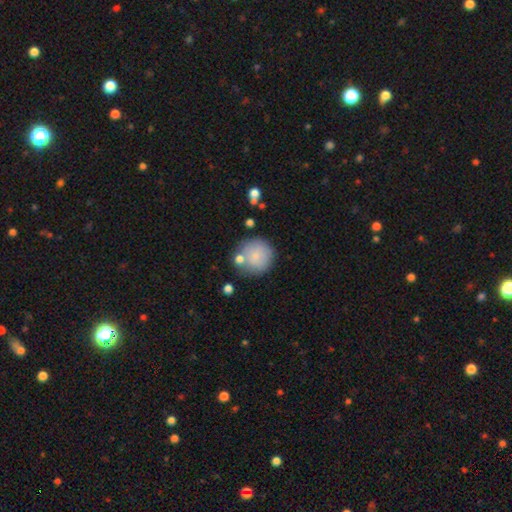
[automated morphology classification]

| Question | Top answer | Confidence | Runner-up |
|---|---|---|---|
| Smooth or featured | smooth | 79% | featured or disk (13%) |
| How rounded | round | 94% | in between (5%) |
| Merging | none | 68% | minor disturbance (15%) |